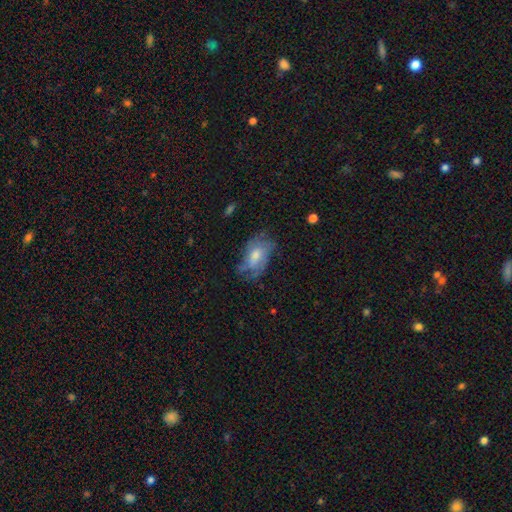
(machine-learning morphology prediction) Smooth or featured? smooth (46%, tied with featured or disk)
Merging? none (47%)